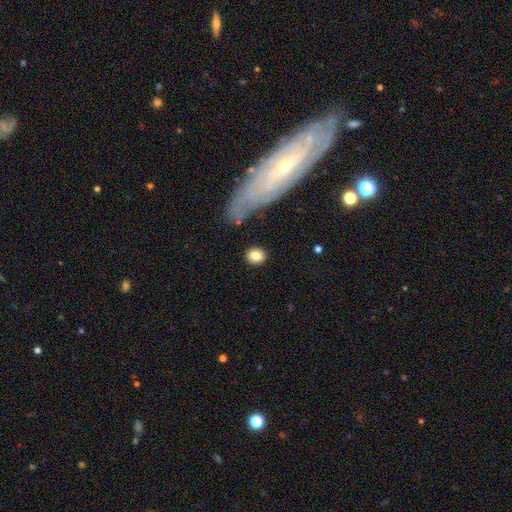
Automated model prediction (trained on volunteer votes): The model was most divided on "how rounded": round: 69%, in between: 29%, cigar-shaped: 2%. More confident: merging — none (86%); smooth or featured — smooth (82%).